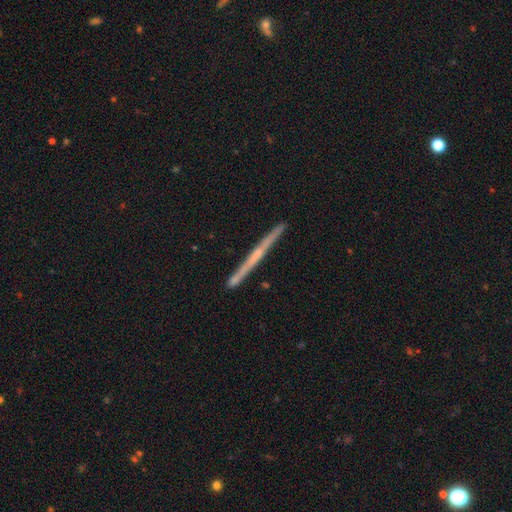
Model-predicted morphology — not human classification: Q: Smooth or featured?
A: featured or disk (67%); runner-up: smooth (27%)
Q: Edge-on disk?
A: yes (98%); runner-up: no (2%)
Q: Edge-on bulge?
A: none (64%); runner-up: rounded (29%)
Q: Merging?
A: none (90%); runner-up: minor disturbance (7%)